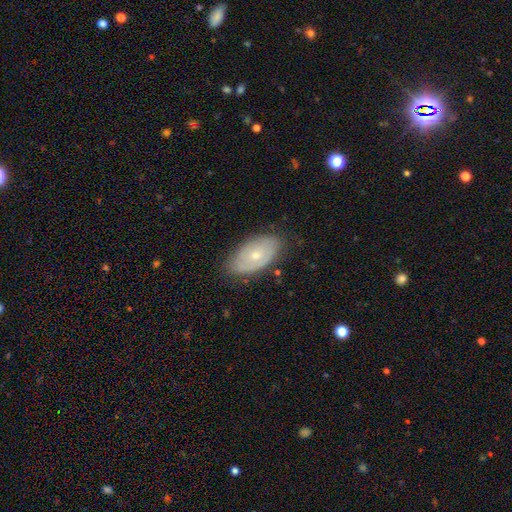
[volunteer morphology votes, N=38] This appears to be a smooth galaxy with no disk features (55%) that is in between round and cigar-shaped (90%). Merging: none (88%).